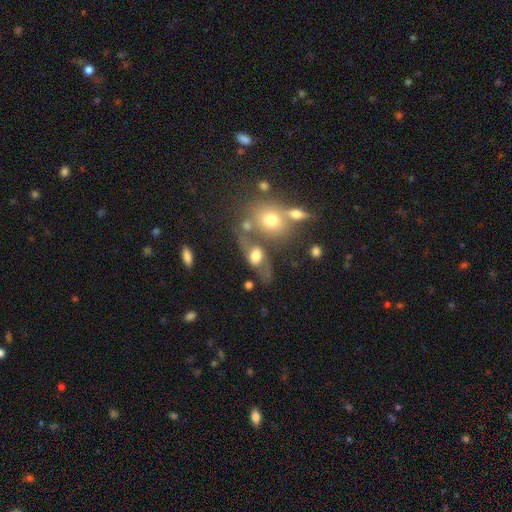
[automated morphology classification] A smooth galaxy with no disk features (50%) that is in between round and cigar-shaped (66%).

Vote fractions:
- Smooth or featured? smooth: 50% / featured or disk: 37% / star or artifact: 13%
- How rounded? in between: 66% / round: 27% / cigar-shaped: 7%
- Merging? none: 44% / merger: 24% / minor disturbance: 18% / major disturbance: 13%